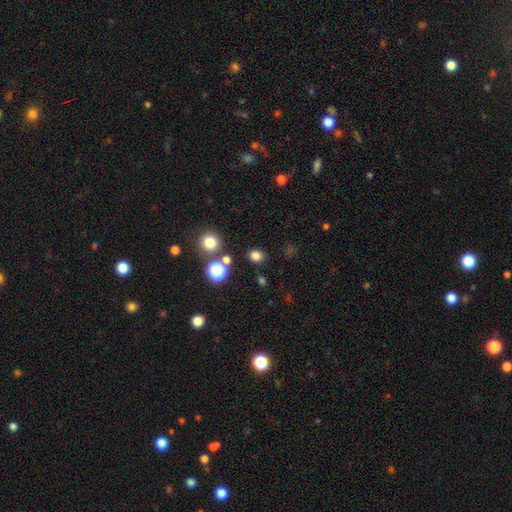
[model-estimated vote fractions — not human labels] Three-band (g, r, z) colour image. It shows a smooth galaxy with no disk features (77%) that is round (64%). Merging: none (84%).